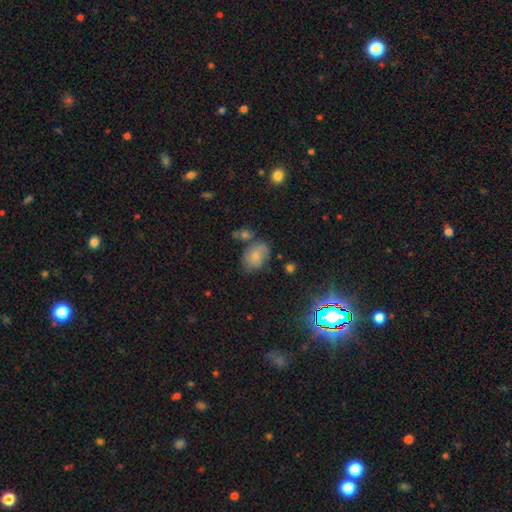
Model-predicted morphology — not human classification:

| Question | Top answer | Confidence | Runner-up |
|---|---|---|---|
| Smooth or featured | smooth | 74% | featured or disk (15%) |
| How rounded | in between | 81% | round (17%) |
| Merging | none | 58% | minor disturbance (23%) |